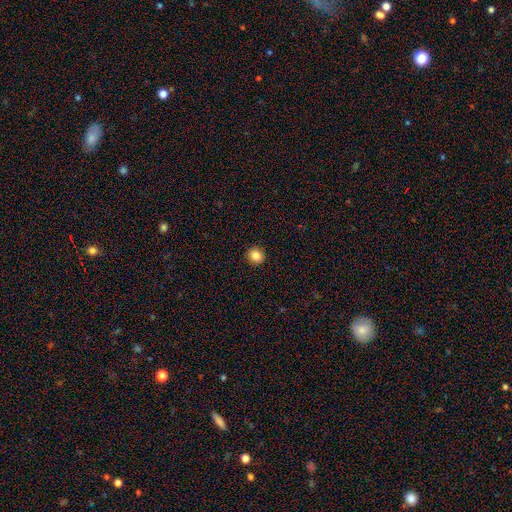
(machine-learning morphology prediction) The model was most divided on "how rounded": round: 80%, in between: 19%, cigar-shaped: 1%. More confident: merging — none (91%); smooth or featured — smooth (85%).